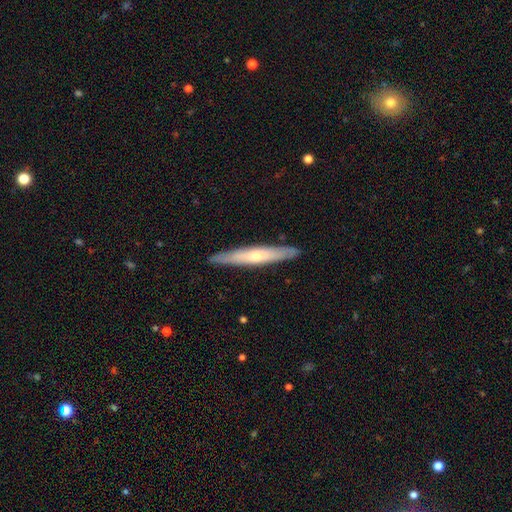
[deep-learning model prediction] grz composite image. It shows a featured or disk galaxy (53%) viewed edge-on (89%). Merging: none (89%).